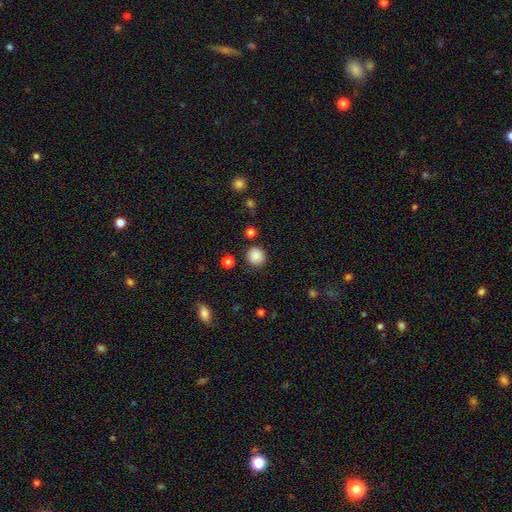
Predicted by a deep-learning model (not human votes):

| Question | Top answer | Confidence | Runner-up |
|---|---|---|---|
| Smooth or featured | smooth | 87% | star or artifact (10%) |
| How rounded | round | 91% | in between (8%) |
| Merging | none | 87% | minor disturbance (8%) |